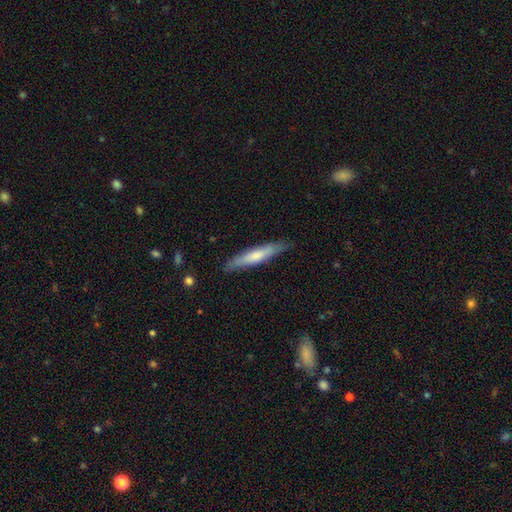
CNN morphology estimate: Overall: smooth (61%; featured or disk 33%). How rounded: cigar-shaped (89%). Merging: none (84%).